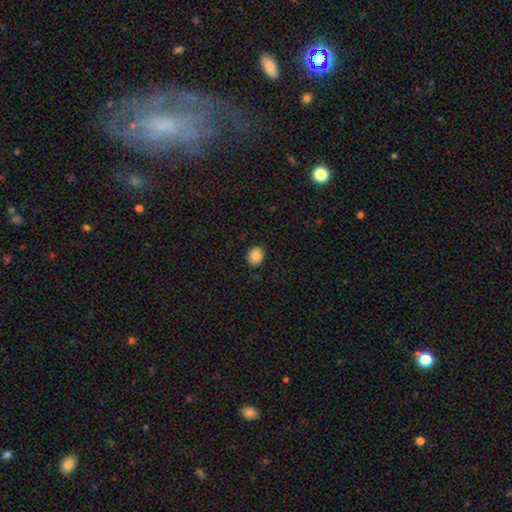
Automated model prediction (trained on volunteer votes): Morphology: type=smooth (84%); roundness=round (69%); merging=none (90%).